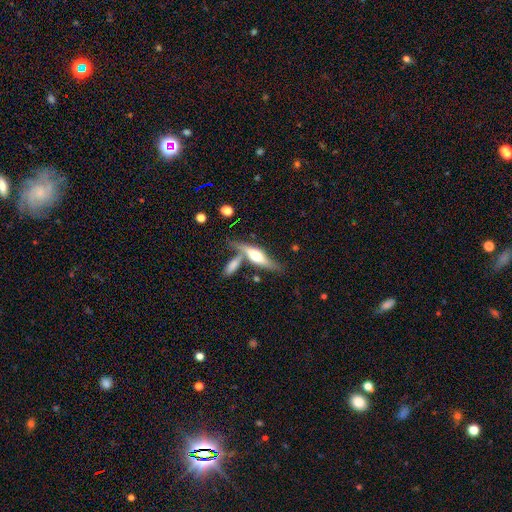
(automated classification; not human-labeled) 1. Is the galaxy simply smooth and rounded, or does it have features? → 61% featured or disk, 33% smooth, 6% star or artifact.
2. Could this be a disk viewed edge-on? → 91% yes, 9% no.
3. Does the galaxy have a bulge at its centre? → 90% rounded, 7% boxy, 3% none.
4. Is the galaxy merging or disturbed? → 52% none, 29% merger, 14% minor disturbance, 6% major disturbance.